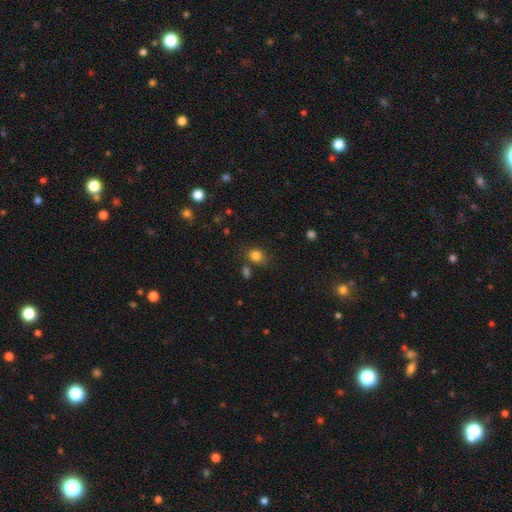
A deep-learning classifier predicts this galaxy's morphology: Q: Smooth or featured?
A: smooth (82%); runner-up: star or artifact (12%)
Q: How rounded?
A: round (58%); runner-up: in between (41%)
Q: Merging?
A: none (70%); runner-up: minor disturbance (16%)